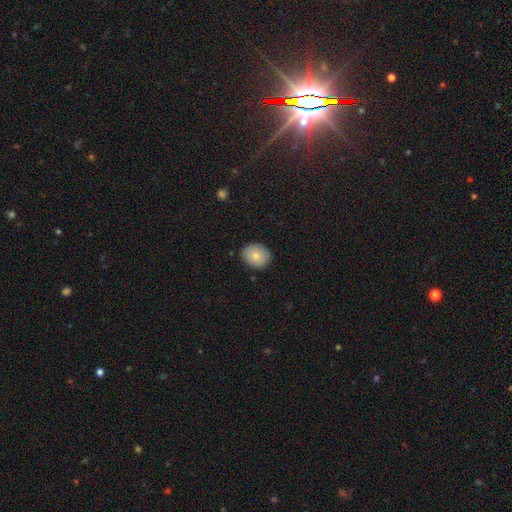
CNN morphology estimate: Smooth or featured: smooth — 81% (featured or disk — 11%)
How rounded: round — 59% (in between — 40%)
Merging: none — 85% (minor disturbance — 11%)